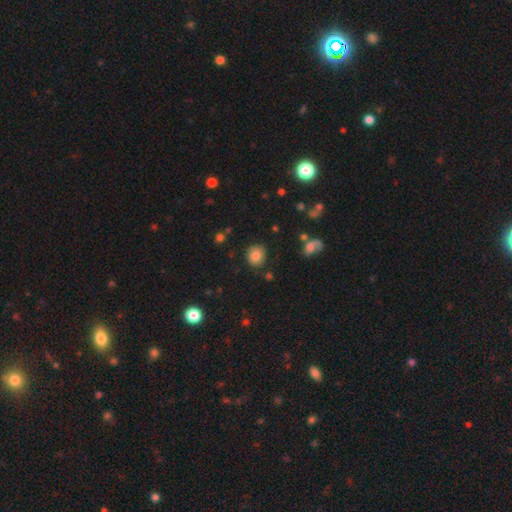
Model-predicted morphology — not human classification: A smooth galaxy with no disk features (81%) that is round (74%).

Vote fractions:
- Smooth or featured? smooth: 81% / star or artifact: 10% / featured or disk: 9%
- How rounded? round: 74% / in between: 25% / cigar-shaped: 1%
- Merging? none: 81% / minor disturbance: 13% / major disturbance: 4% / merger: 2%